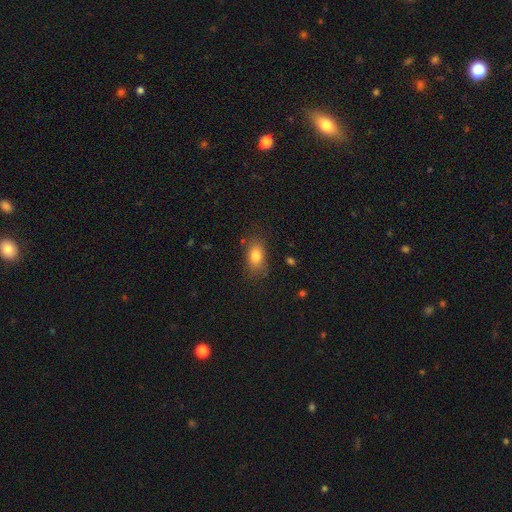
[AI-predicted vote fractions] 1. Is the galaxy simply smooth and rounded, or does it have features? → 82% smooth, 9% star or artifact, 9% featured or disk.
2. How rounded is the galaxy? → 85% in between, 11% round, 4% cigar-shaped.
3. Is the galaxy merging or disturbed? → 76% none, 17% minor disturbance, 6% major disturbance, 2% merger.